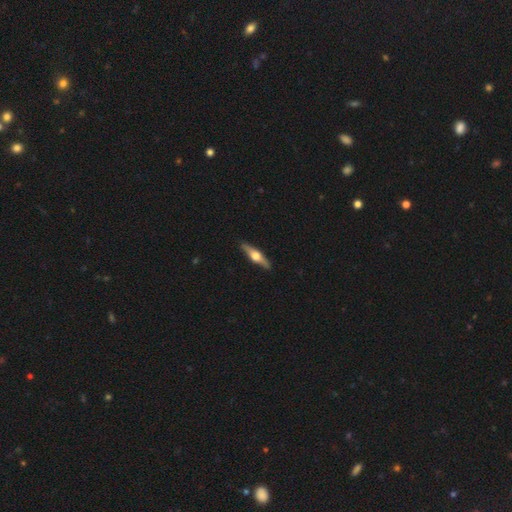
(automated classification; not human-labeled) smooth-or-featured: featured or disk: 70% | smooth: 25% | star or artifact: 5%
  disk-edge-on: yes: 97% | no: 3%
    edge-on-bulge: rounded: 95% | boxy: 3% | none: 1%
  merging: none: 90% | minor disturbance: 7% | major disturbance: 1% | merger: 1%